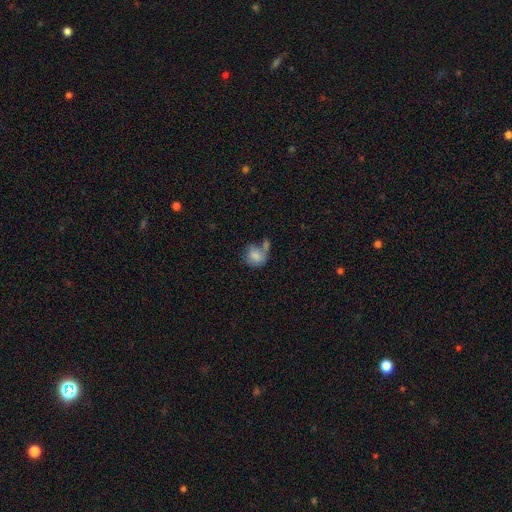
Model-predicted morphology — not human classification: This appears to be a smooth galaxy with no disk features (81%) that is round (66%). Merging: none (40%).